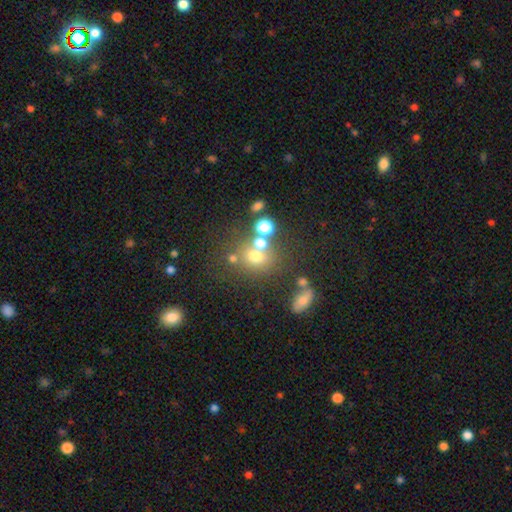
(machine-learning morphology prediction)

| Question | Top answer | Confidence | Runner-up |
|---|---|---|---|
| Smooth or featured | smooth | 63% | star or artifact (22%) |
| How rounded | round | 70% | in between (28%) |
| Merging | none | 55% | merger (26%) |